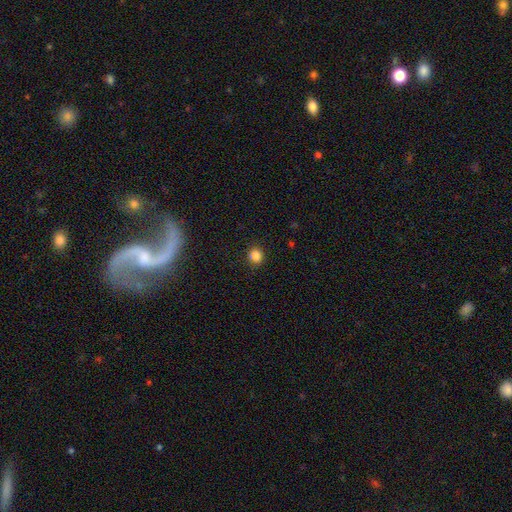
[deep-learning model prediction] Smooth or featured?
  - smooth: 83% *
  - star or artifact: 12%
  - featured or disk: 4%
How rounded?
  - round: 77% *
  - in between: 22%
  - cigar-shaped: 1%
Merging?
  - none: 84% *
  - minor disturbance: 10%
  - merger: 3%
  - major disturbance: 3%